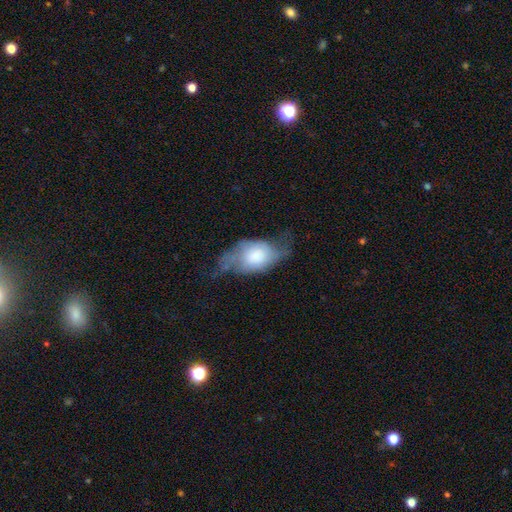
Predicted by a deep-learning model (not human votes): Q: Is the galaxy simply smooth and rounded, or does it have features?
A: featured or disk — 51%.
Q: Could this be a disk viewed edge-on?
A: no — 87%.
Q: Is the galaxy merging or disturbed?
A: none — 40%.